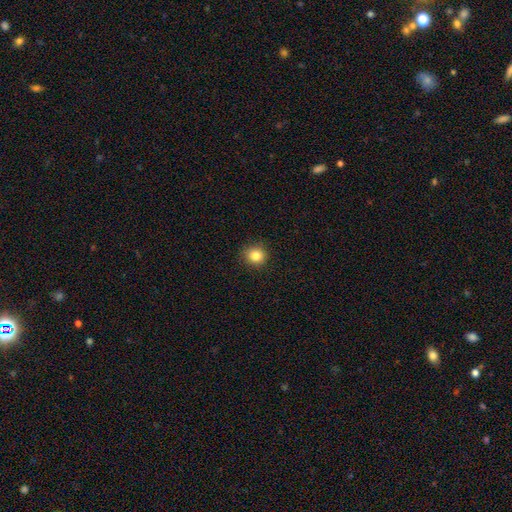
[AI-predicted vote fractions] smooth_or_featured: smooth (p=0.84) [alt: star or artifact p=0.11]
how_rounded: round (p=0.90) [alt: in between p=0.09]
merging: none (p=0.91) [alt: minor disturbance p=0.06]